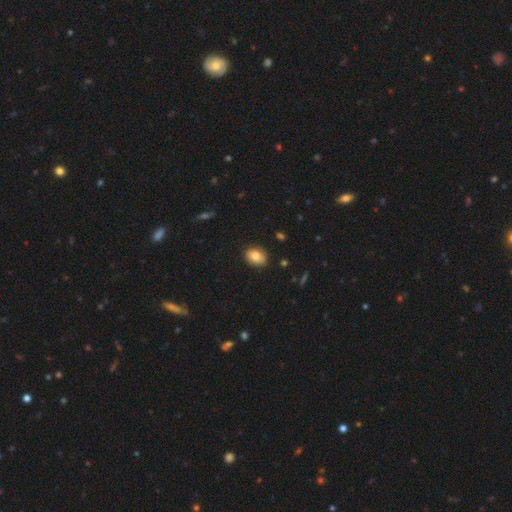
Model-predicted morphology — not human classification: Overall: smooth (80%). How rounded: in between (63%; round 36%). Merging: none (87%).